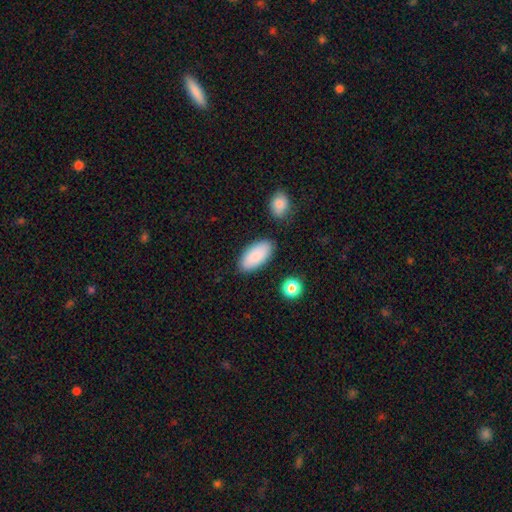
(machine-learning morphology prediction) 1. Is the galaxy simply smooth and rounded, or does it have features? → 88% smooth, 6% featured or disk, 6% star or artifact.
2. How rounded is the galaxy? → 92% in between, 6% cigar-shaped, 2% round.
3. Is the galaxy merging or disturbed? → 83% none, 10% minor disturbance, 3% merger, 3% major disturbance.